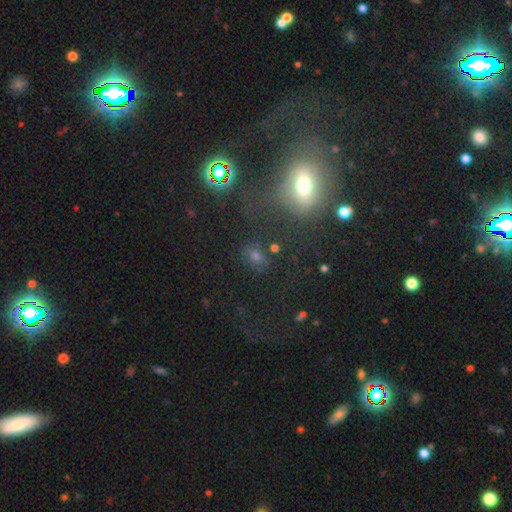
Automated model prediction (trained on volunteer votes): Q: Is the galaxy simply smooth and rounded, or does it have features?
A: smooth — 51%.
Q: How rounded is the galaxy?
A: round — 54%.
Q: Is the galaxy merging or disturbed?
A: none — 66%.